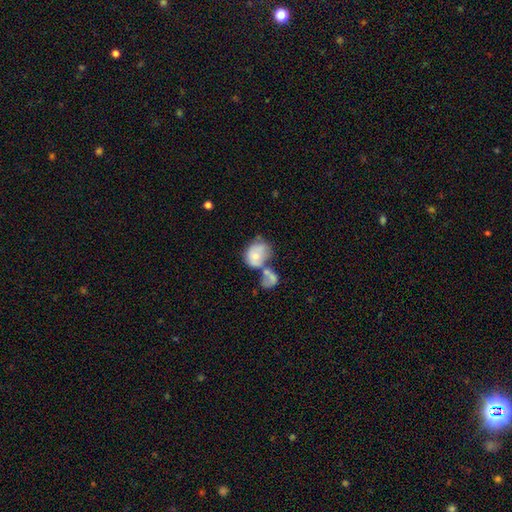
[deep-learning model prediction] Smooth or featured: smooth — 63% (featured or disk — 29%)
How rounded: in between — 55% (round — 44%)
Merging: merger — 59% (none — 17%)